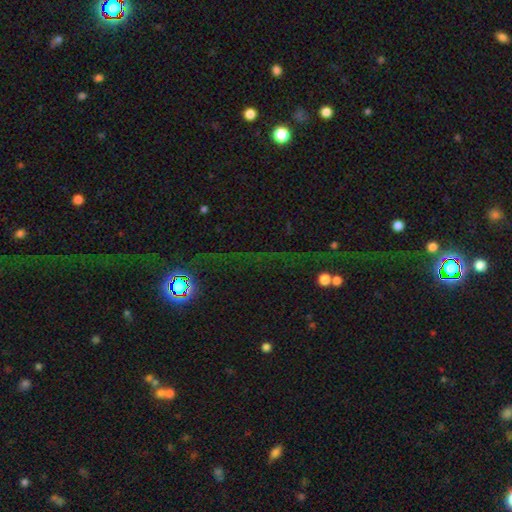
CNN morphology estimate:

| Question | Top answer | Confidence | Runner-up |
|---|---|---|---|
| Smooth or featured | star or artifact | 72% | smooth (16%) |